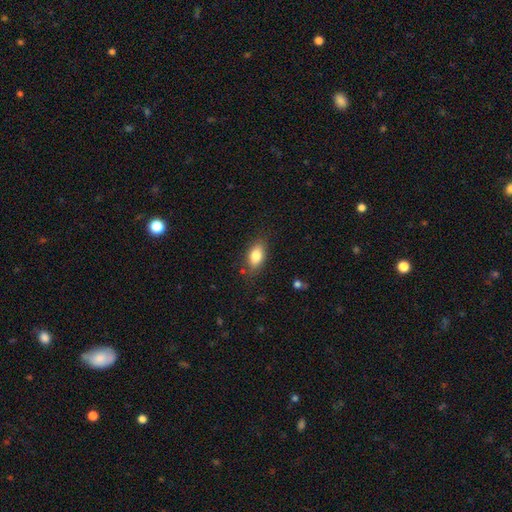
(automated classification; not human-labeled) Smooth or featured?
  - smooth: 81% *
  - featured or disk: 11%
  - star or artifact: 8%
How rounded?
  - in between: 88% *
  - round: 7%
  - cigar-shaped: 6%
Merging?
  - none: 82% *
  - minor disturbance: 13%
  - major disturbance: 3%
  - merger: 2%